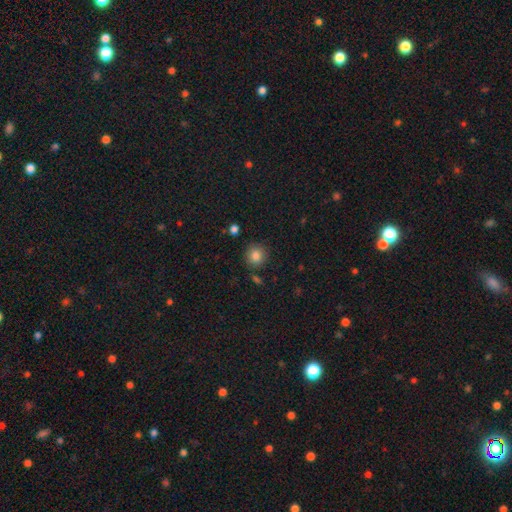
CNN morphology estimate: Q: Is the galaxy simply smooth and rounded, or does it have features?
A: smooth — 85%.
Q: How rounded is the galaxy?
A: round — 86%.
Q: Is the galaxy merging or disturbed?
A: none — 83%.